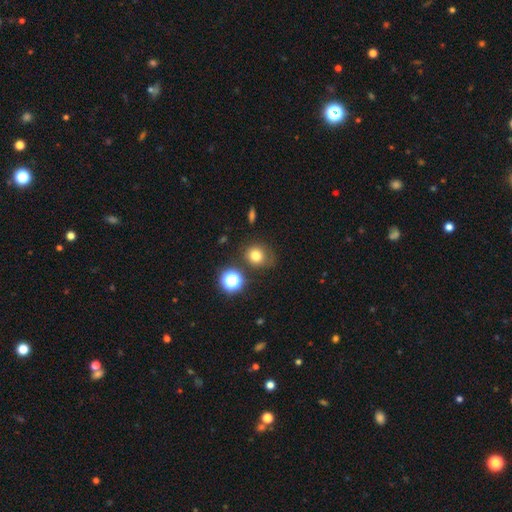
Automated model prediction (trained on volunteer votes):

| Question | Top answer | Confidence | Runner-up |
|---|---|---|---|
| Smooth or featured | smooth | 76% | star or artifact (15%) |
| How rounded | round | 79% | in between (20%) |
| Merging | none | 68% | minor disturbance (19%) |